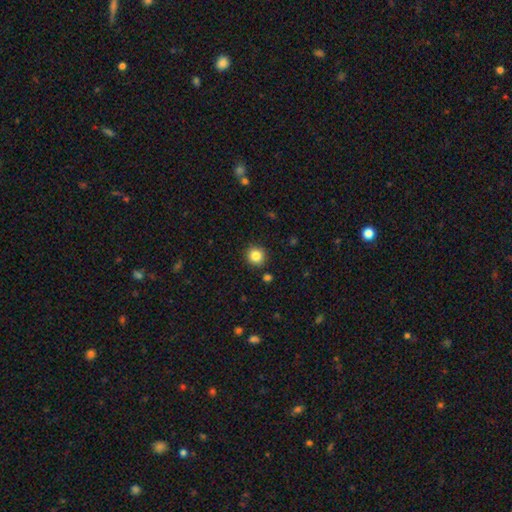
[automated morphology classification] A smooth galaxy with no disk features (84%) that is round (92%). Merging: none (90%).